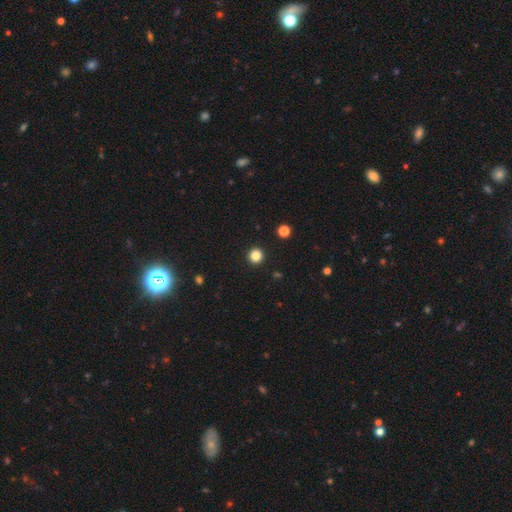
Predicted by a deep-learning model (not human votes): smooth 85%, star or artifact 12%, featured or disk 3%. Down the decision tree: how rounded — round (95%); merging — none (94%).